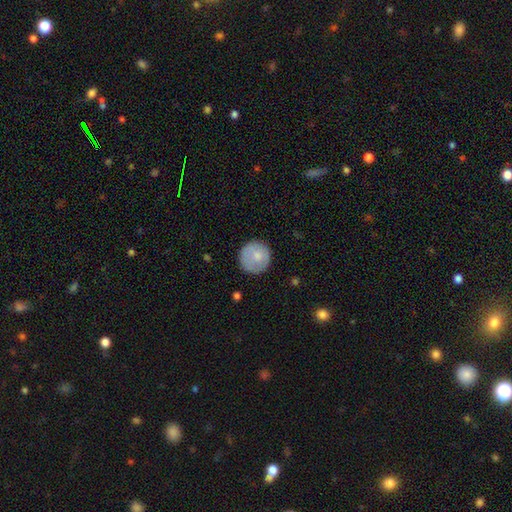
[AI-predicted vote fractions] This appears to be a smooth galaxy with no disk features (76%) that is round (94%). Merging: none (82%).